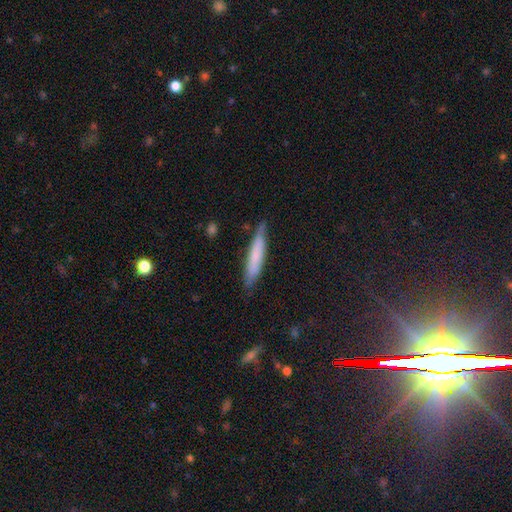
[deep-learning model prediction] Overall: smooth (69%). How rounded: cigar-shaped (89%). Merging: none (78%).